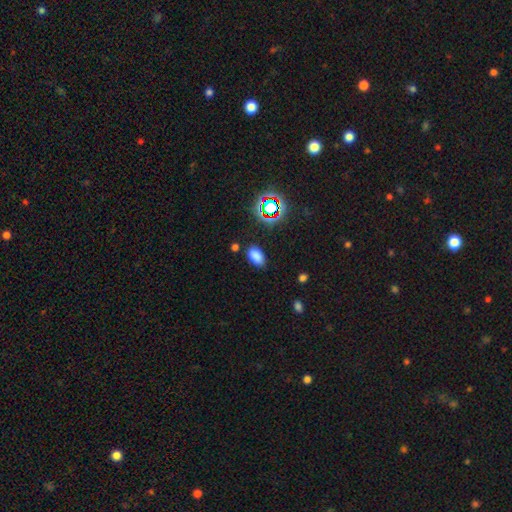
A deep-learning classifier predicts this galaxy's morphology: Smooth or featured: smooth — 78% (star or artifact — 17%)
How rounded: in between — 91% (round — 7%)
Merging: none — 83% (minor disturbance — 11%)